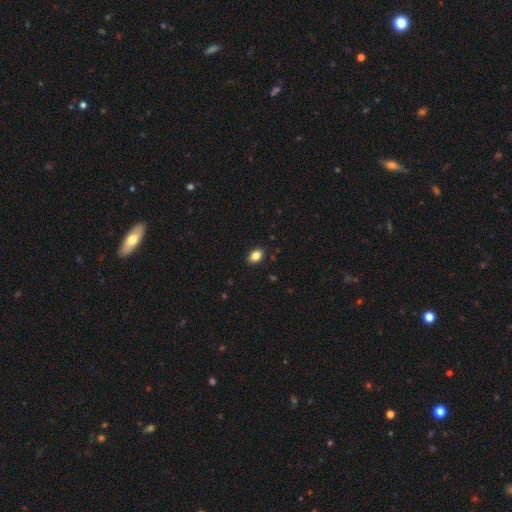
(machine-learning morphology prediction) Smooth or featured?
  - smooth: 85% *
  - star or artifact: 9%
  - featured or disk: 6%
How rounded?
  - in between: 84% *
  - round: 15%
  - cigar-shaped: 1%
Merging?
  - none: 89% *
  - minor disturbance: 9%
  - major disturbance: 2%
  - merger: 1%